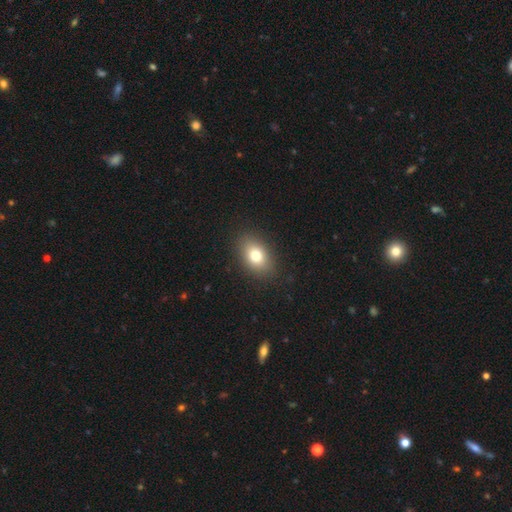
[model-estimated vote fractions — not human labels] smooth_or_featured: smooth (p=0.79) [alt: featured or disk p=0.11]
how_rounded: in between (p=0.82) [alt: round p=0.17]
merging: none (p=0.87) [alt: minor disturbance p=0.09]